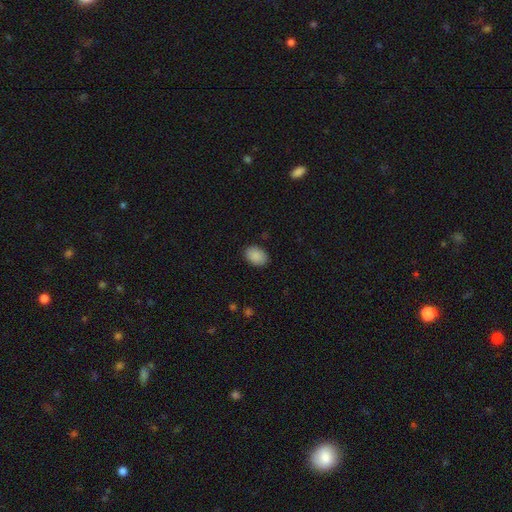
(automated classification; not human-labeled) This appears to be a smooth galaxy with no disk features (90%) that is in between round and cigar-shaped (78%). Merging: none (88%).